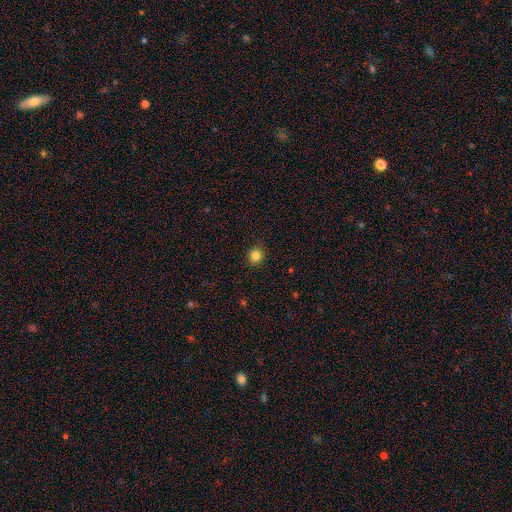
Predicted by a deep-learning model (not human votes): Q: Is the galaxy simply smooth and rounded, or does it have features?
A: smooth — 83%.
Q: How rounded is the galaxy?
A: round — 89%.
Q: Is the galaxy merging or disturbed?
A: none — 90%.